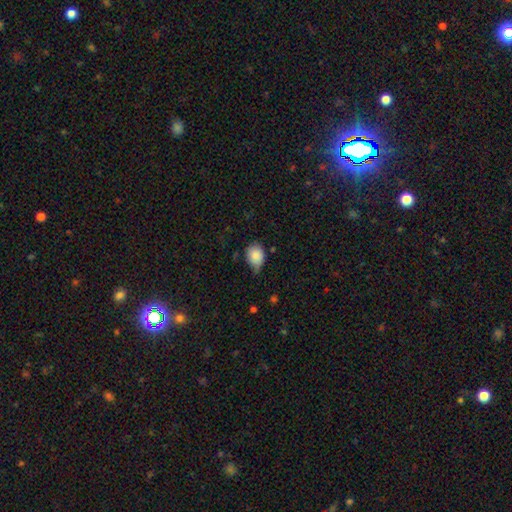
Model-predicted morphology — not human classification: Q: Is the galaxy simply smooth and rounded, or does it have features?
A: smooth — 84%.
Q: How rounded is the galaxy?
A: in between — 50%.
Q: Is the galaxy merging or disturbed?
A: none — 46%.